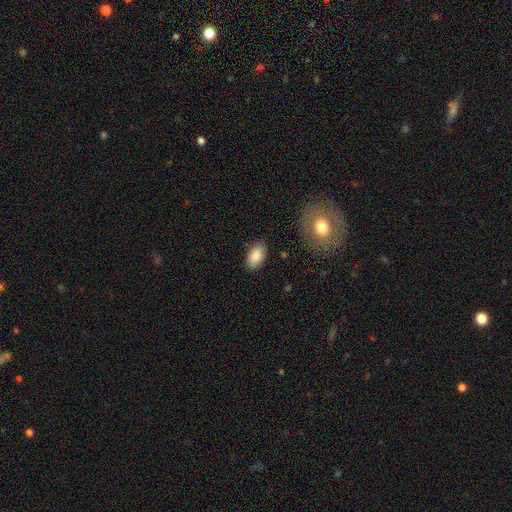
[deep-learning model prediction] smooth 86%, featured or disk 7%, star or artifact 7%. Down the decision tree: how rounded — in between (94%); merging — none (86%).